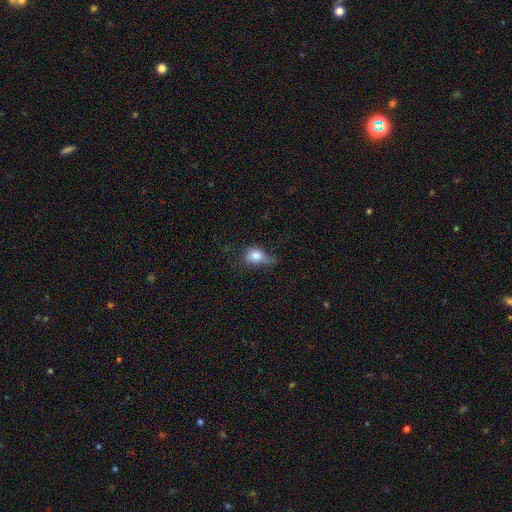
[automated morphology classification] Smooth or featured? Predicted: smooth (p=0.79). How rounded? Predicted: in between (p=0.62). Merging? Predicted: minor disturbance (p=0.38).